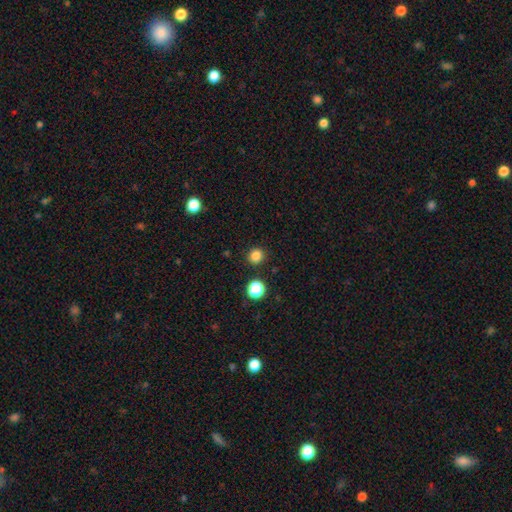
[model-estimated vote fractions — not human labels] The model was most divided on "smooth or featured": smooth: 83%, star or artifact: 13%, featured or disk: 4%. More confident: how rounded — round (91%); merging — none (90%).